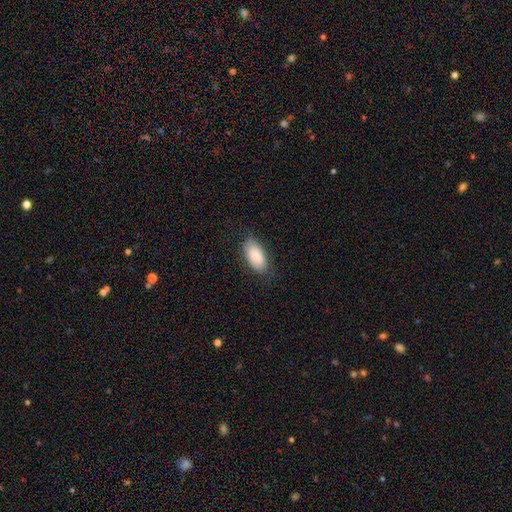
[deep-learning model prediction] Smooth or featured? Predicted: smooth (p=0.86). How rounded? Predicted: in between (p=0.94). Merging? Predicted: none (p=0.78).